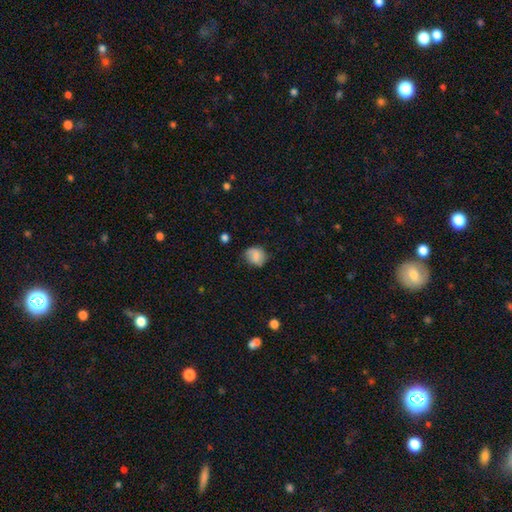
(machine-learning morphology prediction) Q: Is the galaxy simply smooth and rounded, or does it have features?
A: smooth — 76%.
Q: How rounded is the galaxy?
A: round — 69%.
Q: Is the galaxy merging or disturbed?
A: none — 67%.